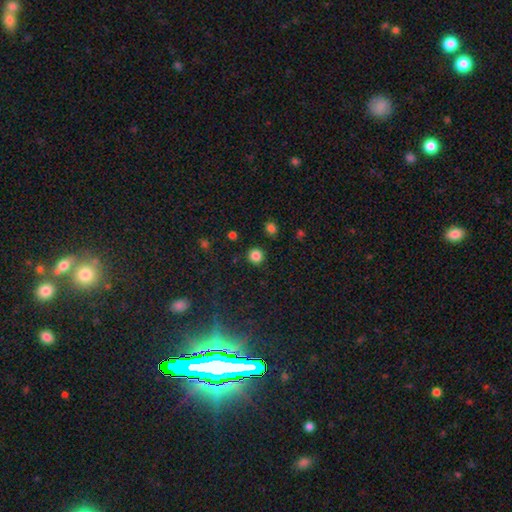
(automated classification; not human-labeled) Smooth or featured?
  - smooth: 84% *
  - star or artifact: 12%
  - featured or disk: 4%
How rounded?
  - round: 93% *
  - in between: 6%
  - cigar-shaped: 1%
Merging?
  - none: 91% *
  - minor disturbance: 5%
  - major disturbance: 2%
  - merger: 2%